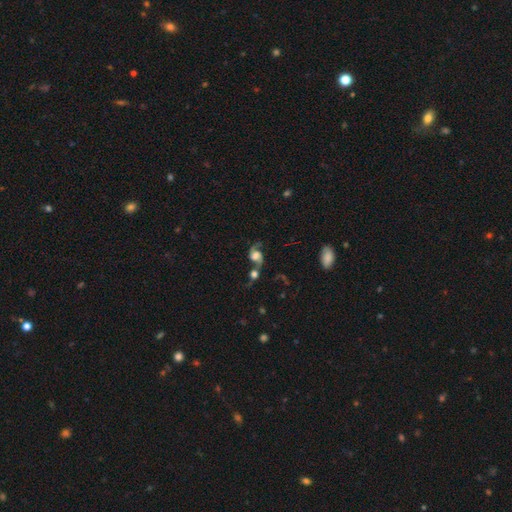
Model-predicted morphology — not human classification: This appears to be a featured or disk galaxy (69%) with no bar (64%), 2 (88%) loose (67%) spiral arms (92%) and a large central bulge (44%). Merging: none (38%).